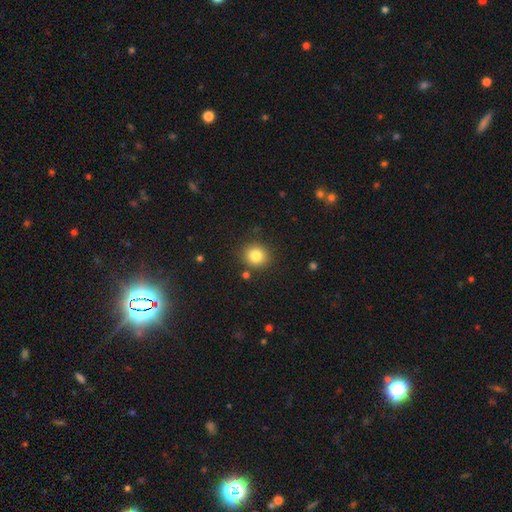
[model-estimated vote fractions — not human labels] A smooth galaxy with no disk features (82%) that is round (86%).

Vote fractions:
- Smooth or featured? smooth: 82% / star or artifact: 11% / featured or disk: 7%
- How rounded? round: 86% / in between: 13% / cigar-shaped: 1%
- Merging? none: 87% / minor disturbance: 8% / merger: 3% / major disturbance: 2%